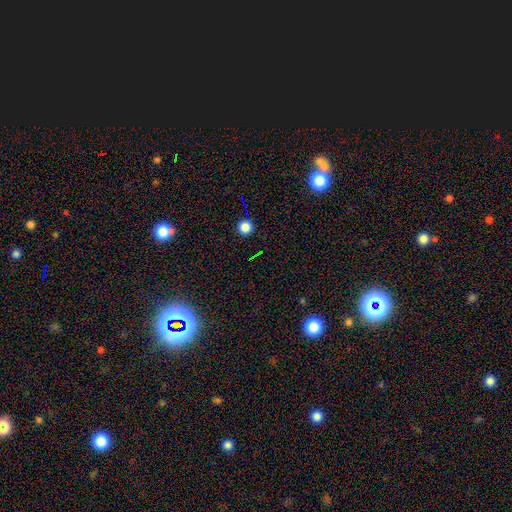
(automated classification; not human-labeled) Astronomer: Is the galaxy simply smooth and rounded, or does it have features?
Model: star or artifact — 51% (runner-up: smooth, 42%).